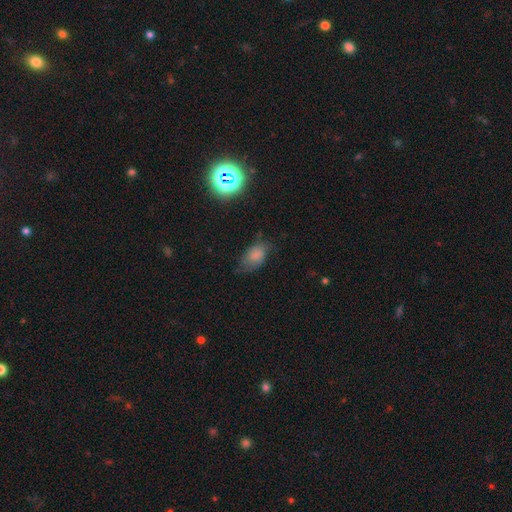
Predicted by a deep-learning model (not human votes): This appears to be a smooth galaxy with no disk features (72%) that is in between round and cigar-shaped (90%). Merging: none (51%).